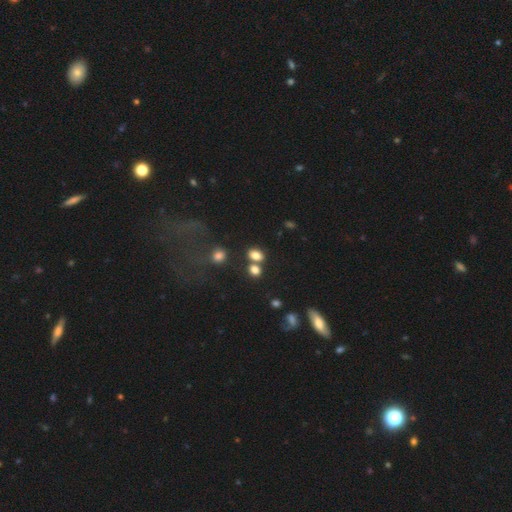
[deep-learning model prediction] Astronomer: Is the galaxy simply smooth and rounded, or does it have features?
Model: smooth — 79%.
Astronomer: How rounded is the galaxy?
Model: in between — 69%.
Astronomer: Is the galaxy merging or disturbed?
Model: none — 56%.